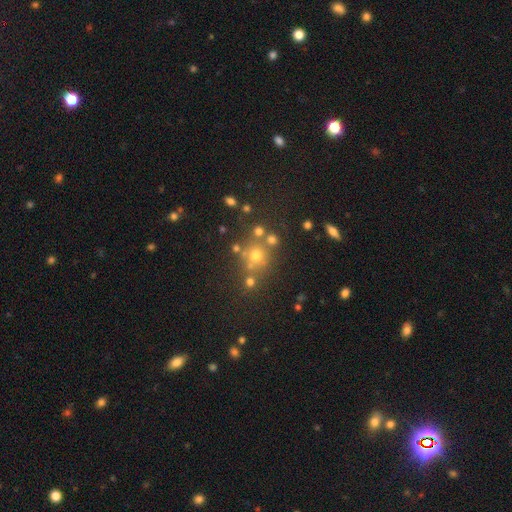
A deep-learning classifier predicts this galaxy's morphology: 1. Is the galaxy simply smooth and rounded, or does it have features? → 57% smooth, 27% star or artifact, 16% featured or disk.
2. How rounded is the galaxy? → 84% round, 14% in between, 1% cigar-shaped.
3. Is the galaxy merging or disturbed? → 64% none, 20% merger, 11% minor disturbance, 5% major disturbance.